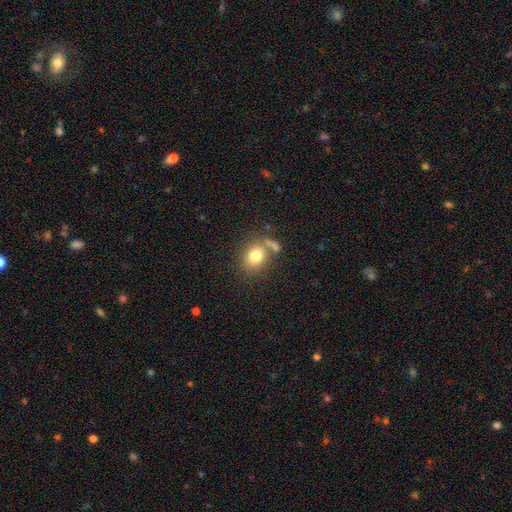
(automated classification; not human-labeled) smooth_or_featured: smooth (p=0.78) [alt: featured or disk p=0.12]
how_rounded: round (p=0.50) [alt: in between p=0.48]
merging: none (p=0.60) [alt: merger p=0.18]